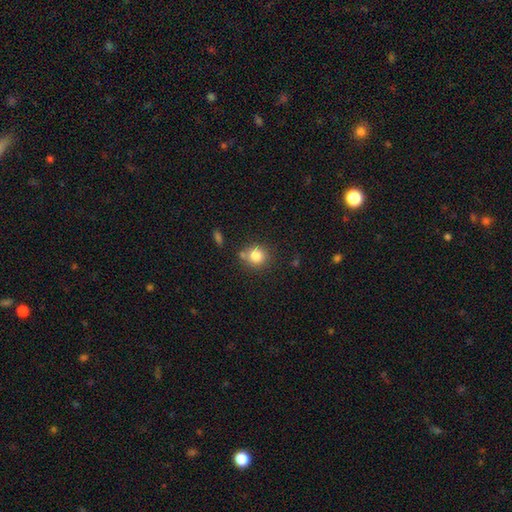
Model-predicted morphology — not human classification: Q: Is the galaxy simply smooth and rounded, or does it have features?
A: smooth — 82%.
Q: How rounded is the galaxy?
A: round — 85%.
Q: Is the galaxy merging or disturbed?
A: none — 66%.